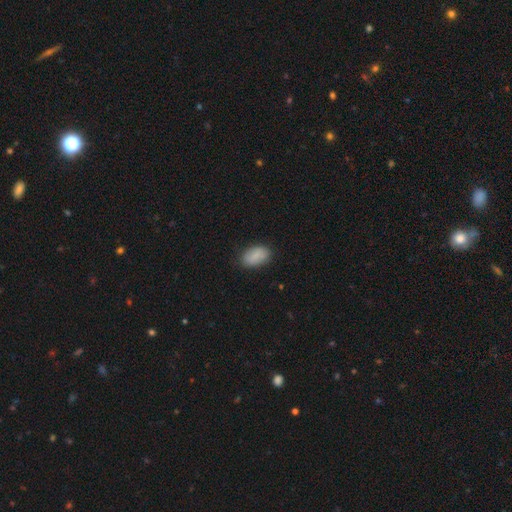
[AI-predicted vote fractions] smooth_or_featured: smooth (p=0.85) [alt: featured or disk p=0.08]
how_rounded: in between (p=0.91) [alt: round p=0.07]
merging: none (p=0.81) [alt: minor disturbance p=0.15]